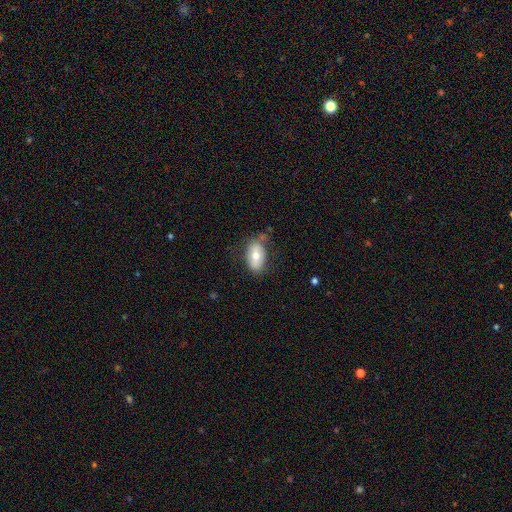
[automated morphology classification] Smooth or featured? smooth (67%)
How rounded? in between (91%)
Merging? none (72%)